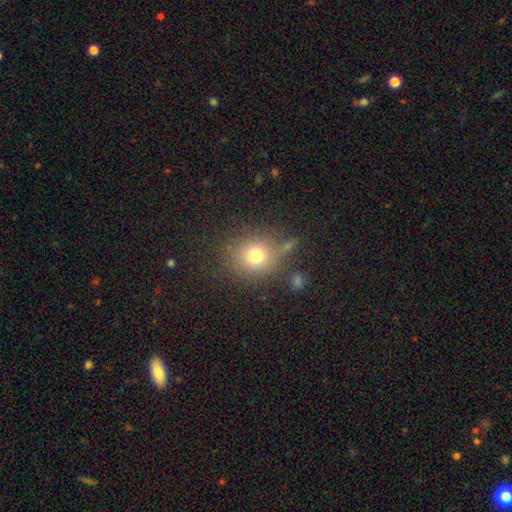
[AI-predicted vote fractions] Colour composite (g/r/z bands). It shows a smooth galaxy with no disk features (73%) that is round (81%). Merging: none (73%).